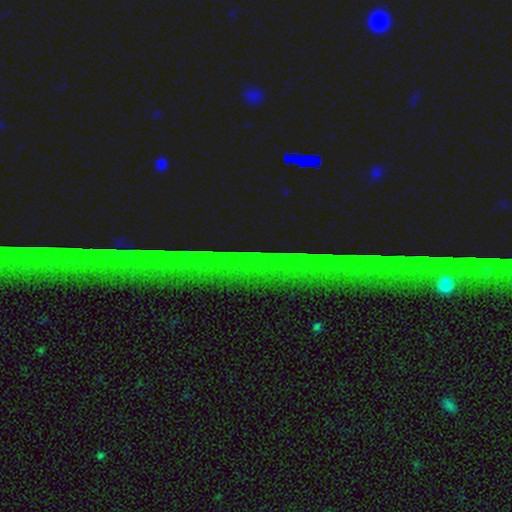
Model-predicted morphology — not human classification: Overall: star or artifact (84%).